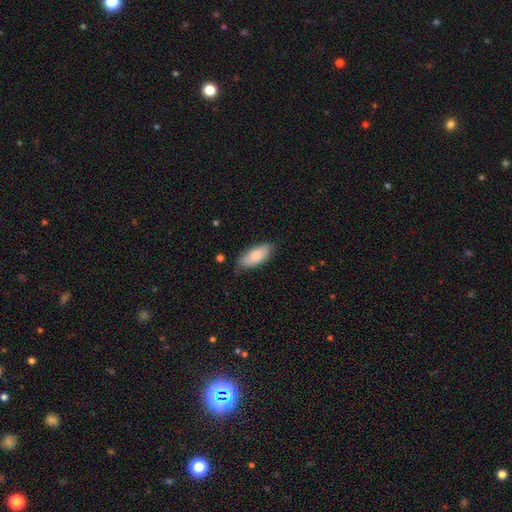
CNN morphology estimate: A smooth galaxy with no disk features (82%) that is in between round and cigar-shaped (85%). Merging: none (76%).